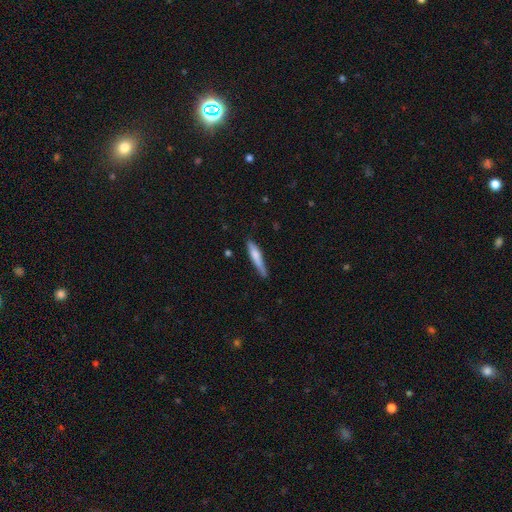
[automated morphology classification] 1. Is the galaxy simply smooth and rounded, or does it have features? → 68% smooth, 27% featured or disk, 5% star or artifact.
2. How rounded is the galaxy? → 90% cigar-shaped, 9% in between, 1% round.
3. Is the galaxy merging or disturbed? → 67% none, 26% minor disturbance, 5% major disturbance, 3% merger.